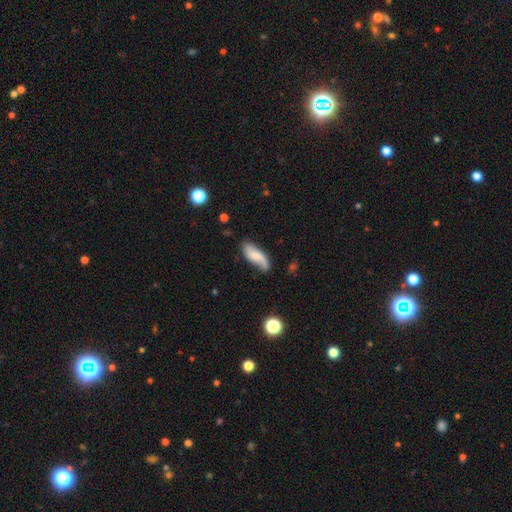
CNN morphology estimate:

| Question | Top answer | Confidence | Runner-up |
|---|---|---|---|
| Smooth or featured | smooth | 51% | featured or disk (42%) |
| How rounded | in between | 75% | cigar-shaped (22%) |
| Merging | none | 63% | minor disturbance (27%) |